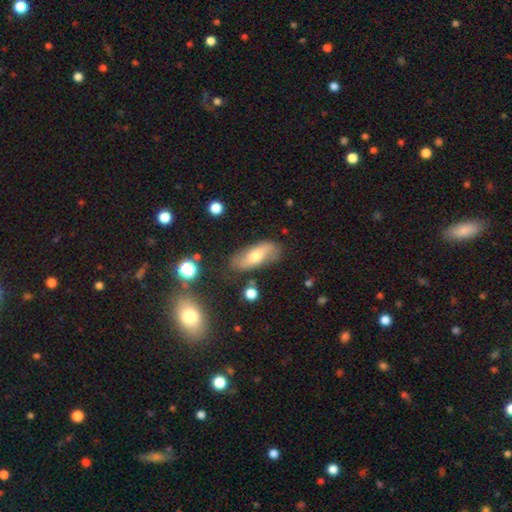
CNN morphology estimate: smooth-or-featured: featured or disk: 46% (tied) | smooth: 46% (tied) | star or artifact: 8%
  merging: none: 74% | minor disturbance: 18% | major disturbance: 5% | merger: 3%